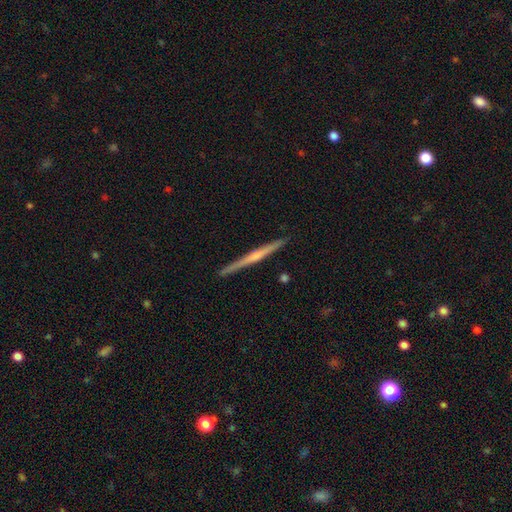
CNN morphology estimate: smooth-or-featured: featured or disk: 70% | smooth: 23% | star or artifact: 7%
  disk-edge-on: yes: 98% | no: 2%
    edge-on-bulge: rounded: 60% | none: 32% | boxy: 8%
  merging: none: 90% | minor disturbance: 7% | major disturbance: 1% | merger: 1%